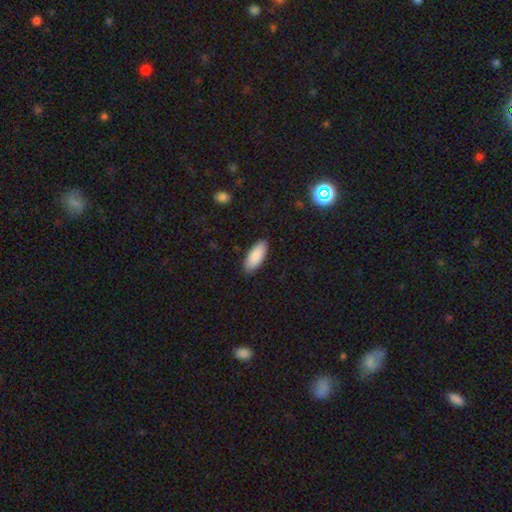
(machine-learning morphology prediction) Smooth or featured?
  - smooth: 89% *
  - featured or disk: 6%
  - star or artifact: 5%
How rounded?
  - in between: 82% *
  - cigar-shaped: 17%
  - round: 1%
Merging?
  - none: 88% *
  - minor disturbance: 9%
  - major disturbance: 2%
  - merger: 1%